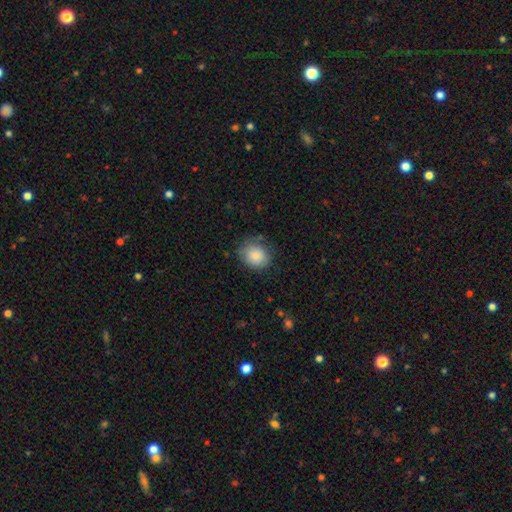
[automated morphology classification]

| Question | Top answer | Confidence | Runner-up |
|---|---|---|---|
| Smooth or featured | smooth | 87% | star or artifact (7%) |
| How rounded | round | 64% | in between (35%) |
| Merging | none | 76% | minor disturbance (18%) |